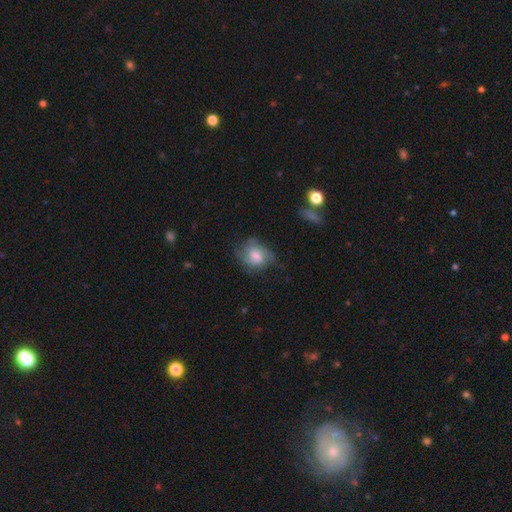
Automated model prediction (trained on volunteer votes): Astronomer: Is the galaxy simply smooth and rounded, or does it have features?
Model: featured or disk — 51% (runner-up: smooth, 41%).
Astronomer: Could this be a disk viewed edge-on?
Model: no — 97%.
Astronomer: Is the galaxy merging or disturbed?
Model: none — 56%.